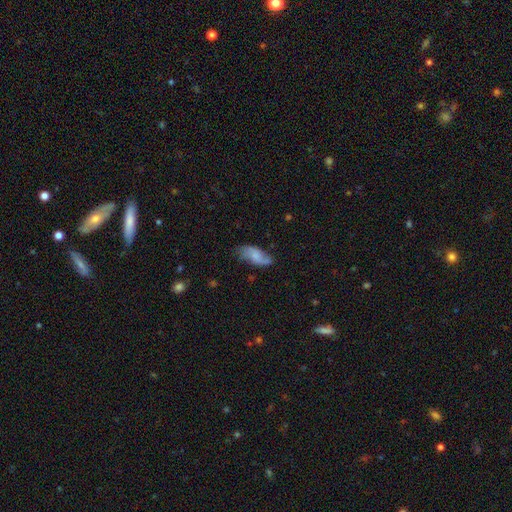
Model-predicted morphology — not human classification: A smooth galaxy with no disk features (53%) that is in between round and cigar-shaped (84%). Merging: none (66%).